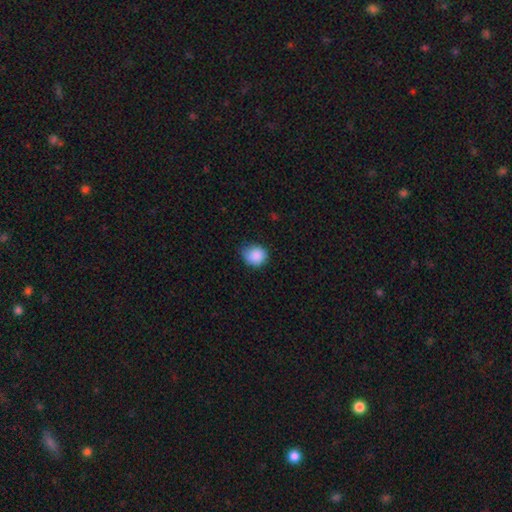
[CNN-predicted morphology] This appears to be a smooth galaxy with no disk features (88%) that is round (80%). Merging: none (68%).